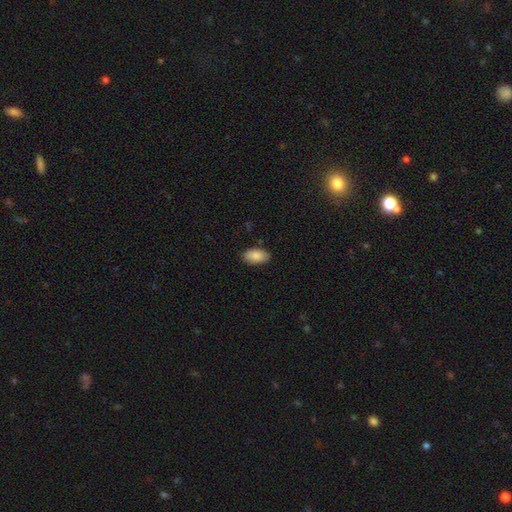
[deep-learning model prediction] A smooth galaxy with no disk features (87%) that is in between round and cigar-shaped (95%).

Vote fractions:
- Smooth or featured? smooth: 87% / featured or disk: 7% / star or artifact: 7%
- How rounded? in between: 95% / round: 3% / cigar-shaped: 2%
- Merging? none: 86% / minor disturbance: 11% / major disturbance: 2% / merger: 1%